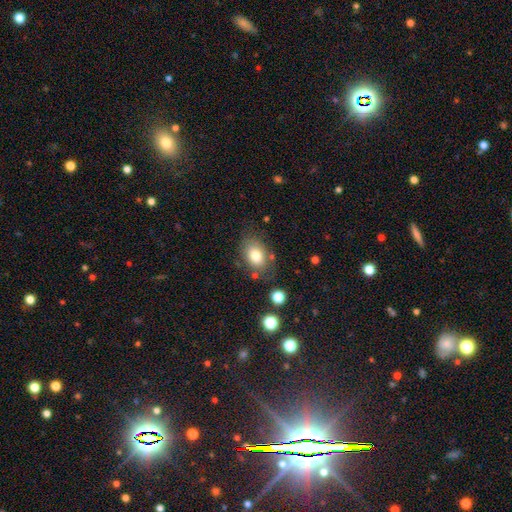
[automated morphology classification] Smooth or featured: smooth — 78% (featured or disk — 13%)
How rounded: in between — 78% (round — 21%)
Merging: none — 72% (minor disturbance — 16%)